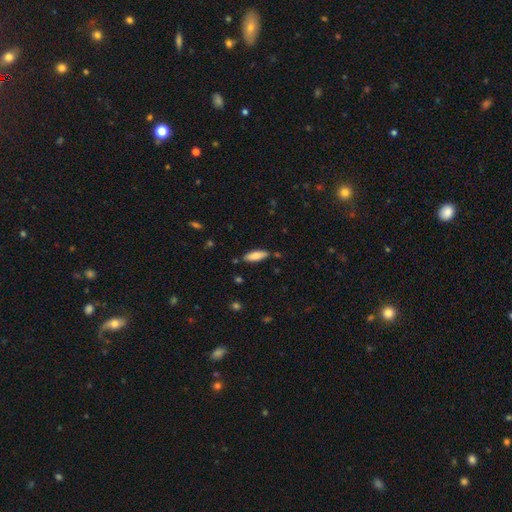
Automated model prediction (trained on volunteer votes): Smooth or featured? Predicted: smooth (p=0.78). How rounded? Predicted: in between (p=0.62). Merging? Predicted: none (p=0.80).